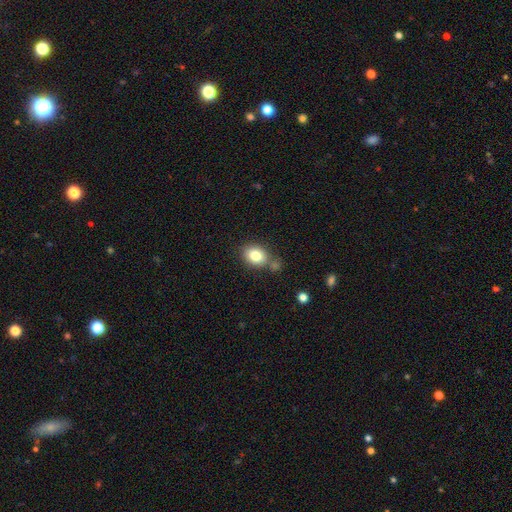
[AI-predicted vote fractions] Smooth or featured? Predicted: smooth (p=0.81). How rounded? Predicted: in between (p=0.58). Merging? Predicted: none (p=0.64).